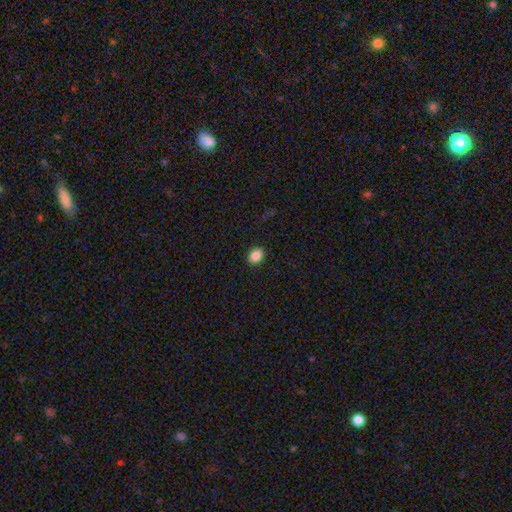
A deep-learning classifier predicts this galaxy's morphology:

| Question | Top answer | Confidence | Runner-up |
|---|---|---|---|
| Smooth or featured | smooth | 87% | star or artifact (9%) |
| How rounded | in between | 59% | round (41%) |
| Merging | none | 90% | minor disturbance (7%) |